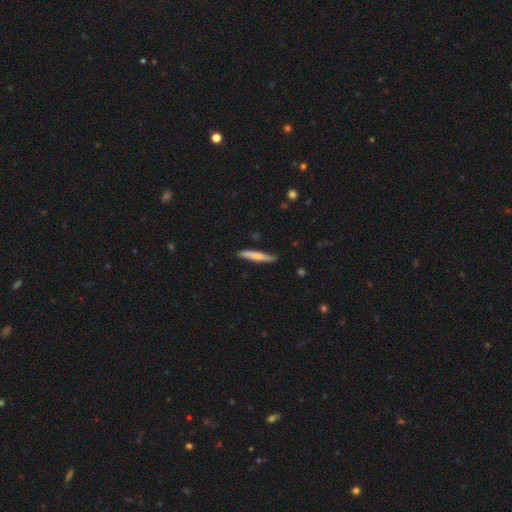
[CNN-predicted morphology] smooth-or-featured: smooth: 70% | featured or disk: 25% | star or artifact: 5%
  how-rounded: cigar-shaped: 93% | in between: 6% | round: 1%
  merging: none: 81% | minor disturbance: 16% | major disturbance: 2% | merger: 2%